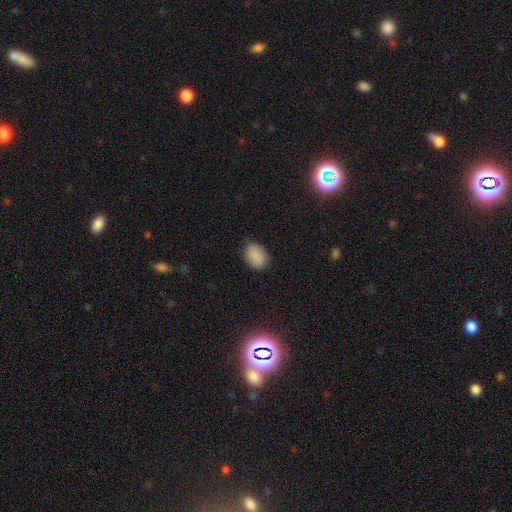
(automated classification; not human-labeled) A smooth galaxy with no disk features (87%) that is in between round and cigar-shaped (72%).

Vote fractions:
- Smooth or featured? smooth: 87% / star or artifact: 8% / featured or disk: 5%
- How rounded? in between: 72% / round: 27% / cigar-shaped: 1%
- Merging? none: 85% / minor disturbance: 11% / major disturbance: 3% / merger: 1%